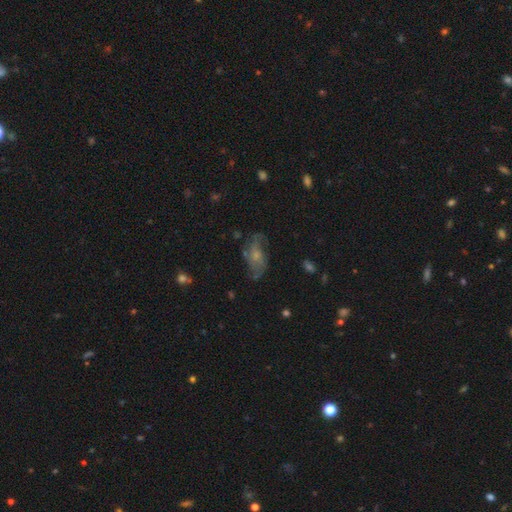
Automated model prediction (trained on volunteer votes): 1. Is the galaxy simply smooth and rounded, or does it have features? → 62% featured or disk, 24% smooth, 14% star or artifact.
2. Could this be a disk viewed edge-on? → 93% no, 7% yes.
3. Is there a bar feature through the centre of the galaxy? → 69% no, 26% weak, 5% strong.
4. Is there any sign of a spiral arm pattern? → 83% yes, 17% no.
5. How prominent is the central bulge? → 45% small, 38% moderate, 10% none, 6% large, 2% dominant.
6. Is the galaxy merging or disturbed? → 64% none, 20% minor disturbance, 14% major disturbance, 2% merger.